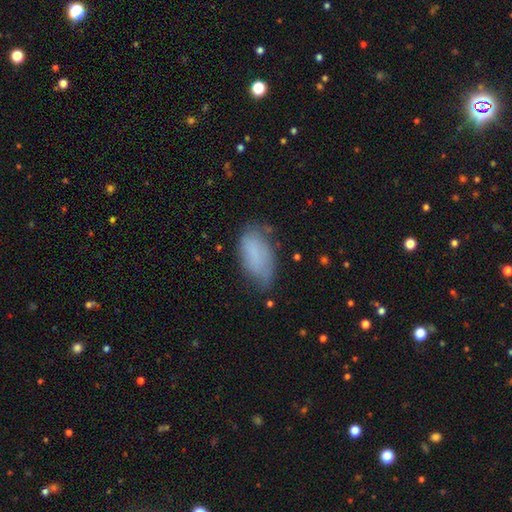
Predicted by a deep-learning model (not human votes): Smooth or featured: smooth — 77% (featured or disk — 15%)
How rounded: in between — 92% (cigar-shaped — 5%)
Merging: none — 57% (minor disturbance — 32%)